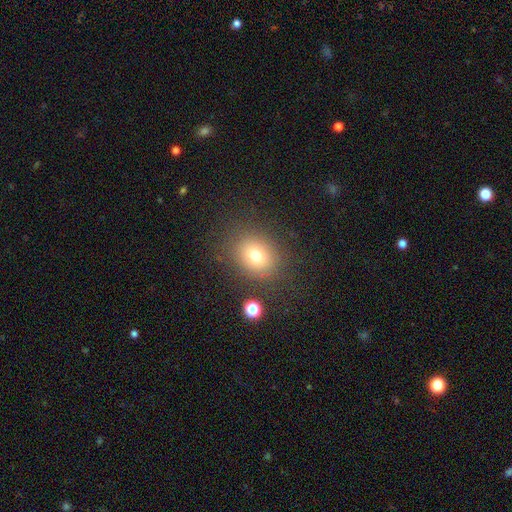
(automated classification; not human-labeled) smooth 73%, star or artifact 15%, featured or disk 12%. Down the decision tree: how rounded — round (59%); merging — none (81%).